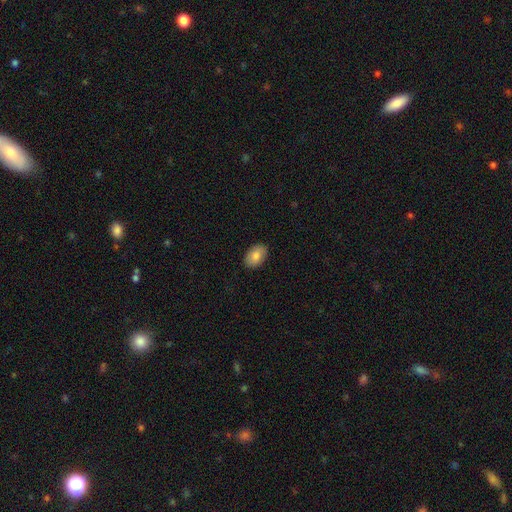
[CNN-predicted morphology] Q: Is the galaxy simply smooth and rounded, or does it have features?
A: smooth — 84%.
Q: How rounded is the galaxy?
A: in between — 89%.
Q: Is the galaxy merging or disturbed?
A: none — 89%.